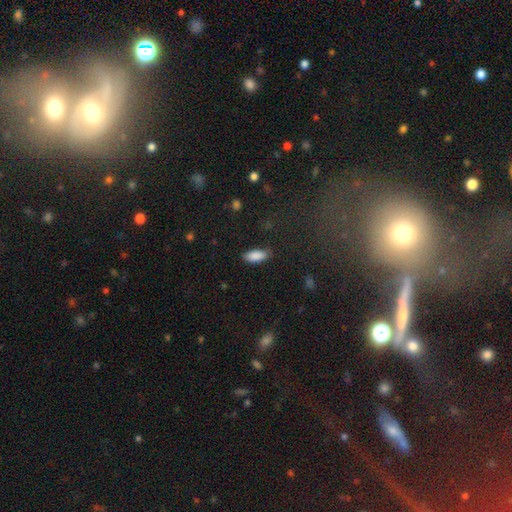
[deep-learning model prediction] A smooth galaxy with no disk features (88%) that is in between round and cigar-shaped (83%).

Vote fractions:
- Smooth or featured? smooth: 88% / star or artifact: 6% / featured or disk: 5%
- How rounded? in between: 83% / cigar-shaped: 15% / round: 2%
- Merging? none: 83% / minor disturbance: 13% / major disturbance: 3% / merger: 1%